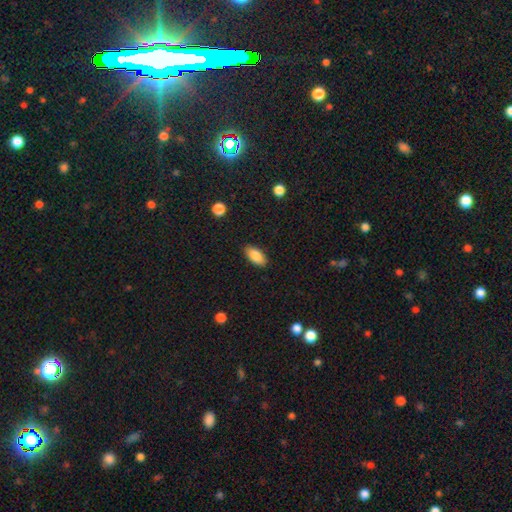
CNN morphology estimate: smooth_or_featured: smooth (p=0.87) [alt: star or artifact p=0.07]
how_rounded: in between (p=0.91) [alt: cigar-shaped p=0.07]
merging: none (p=0.88) [alt: minor disturbance p=0.09]